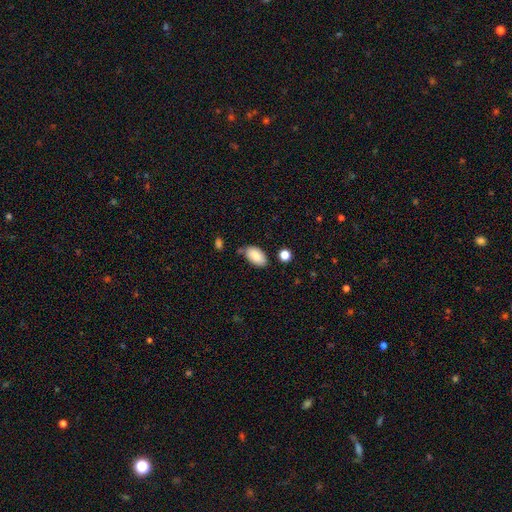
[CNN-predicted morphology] smooth-or-featured: smooth: 86% | featured or disk: 8% | star or artifact: 7%
  how-rounded: in between: 95% | round: 3% | cigar-shaped: 2%
  merging: none: 76% | minor disturbance: 15% | merger: 6% | major disturbance: 3%